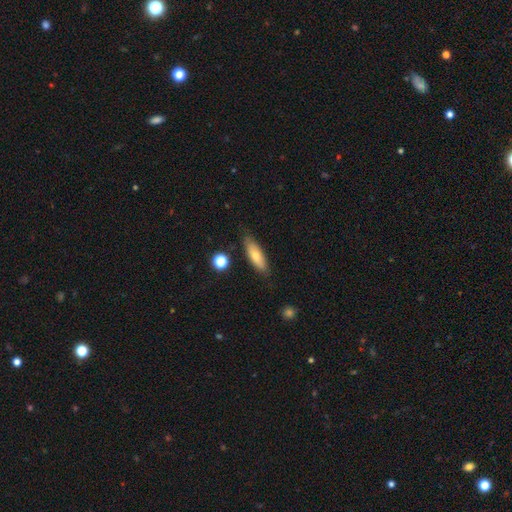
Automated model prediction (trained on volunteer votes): Q: Smooth or featured?
A: smooth (68%); runner-up: featured or disk (25%)
Q: How rounded?
A: in between (52%); runner-up: cigar-shaped (45%)
Q: Merging?
A: none (81%); runner-up: minor disturbance (14%)